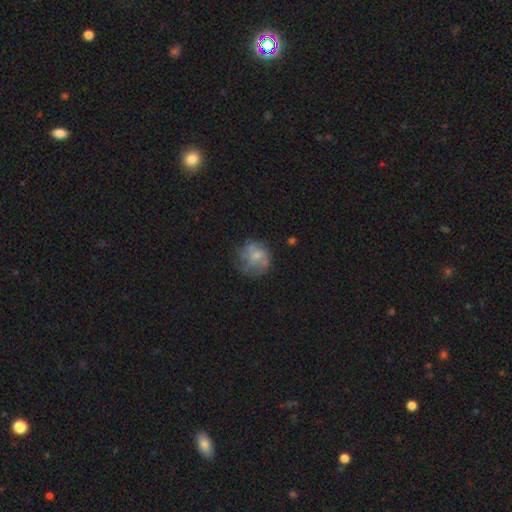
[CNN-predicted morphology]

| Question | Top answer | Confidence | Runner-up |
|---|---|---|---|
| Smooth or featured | smooth | 47% | featured or disk (42%) |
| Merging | none | 56% | minor disturbance (21%) |